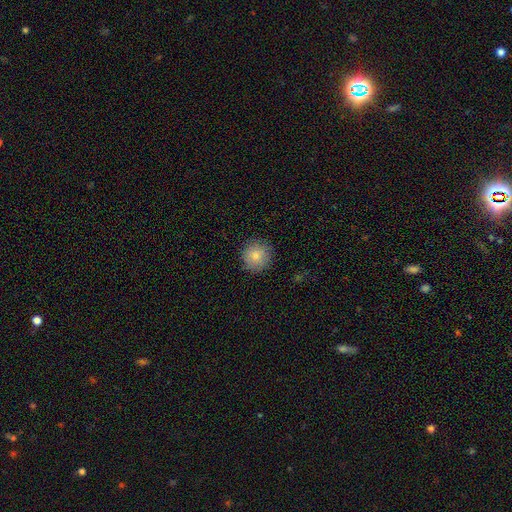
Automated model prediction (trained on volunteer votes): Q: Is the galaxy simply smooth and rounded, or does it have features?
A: smooth — 82%.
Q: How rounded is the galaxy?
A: round — 94%.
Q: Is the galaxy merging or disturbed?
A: none — 88%.